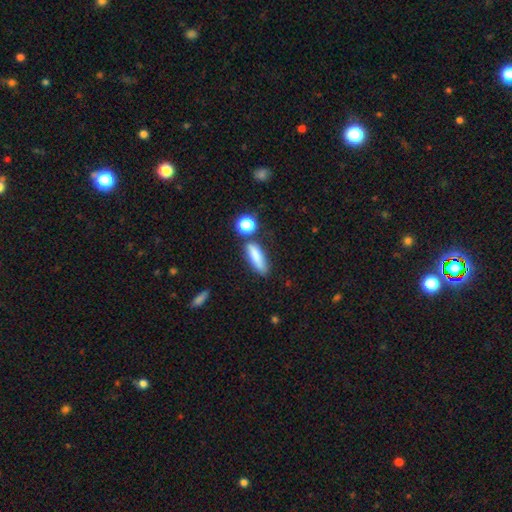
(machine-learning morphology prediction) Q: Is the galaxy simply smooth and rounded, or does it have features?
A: smooth — 80%.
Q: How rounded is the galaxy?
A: cigar-shaped — 51%.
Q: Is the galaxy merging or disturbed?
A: none — 63%.